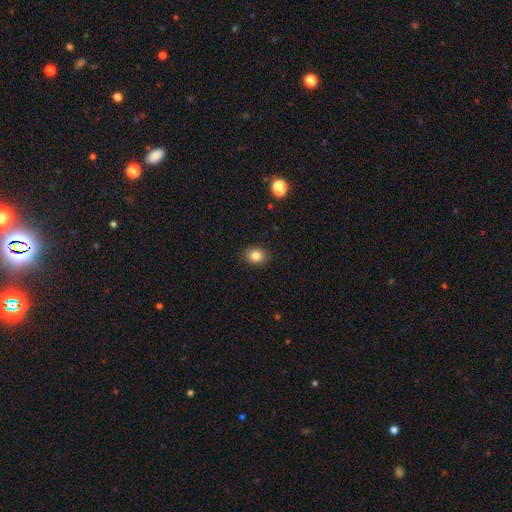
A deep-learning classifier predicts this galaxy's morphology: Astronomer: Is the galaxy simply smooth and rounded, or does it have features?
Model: smooth — 84%.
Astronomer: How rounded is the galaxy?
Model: in between — 52% (runner-up: round, 47%).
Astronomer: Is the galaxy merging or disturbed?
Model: none — 89%.